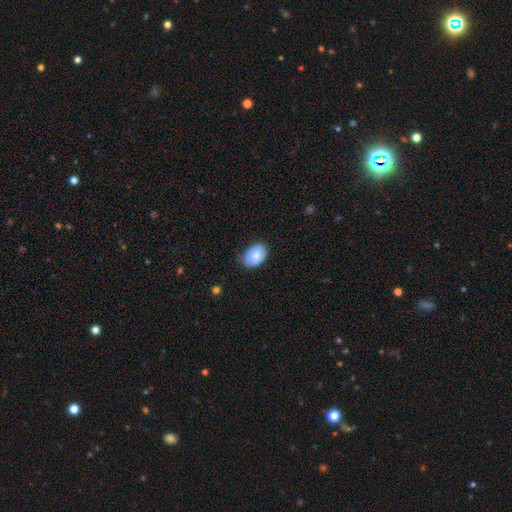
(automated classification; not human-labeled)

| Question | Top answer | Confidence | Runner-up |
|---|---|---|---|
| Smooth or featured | smooth | 73% | featured or disk (20%) |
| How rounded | in between | 85% | round (14%) |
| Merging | none | 64% | minor disturbance (30%) |